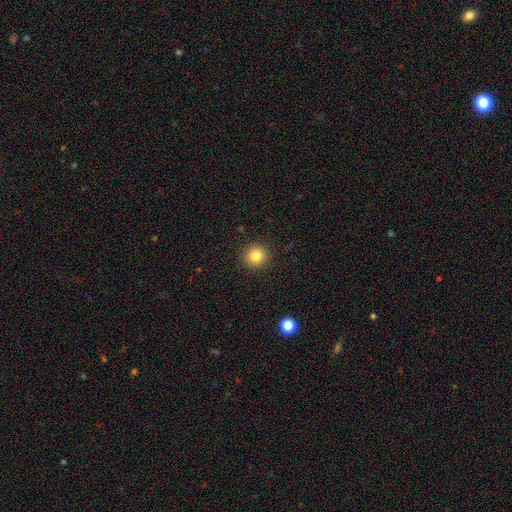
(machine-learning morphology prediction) Smooth or featured? smooth (83%)
How rounded? round (94%)
Merging? none (92%)